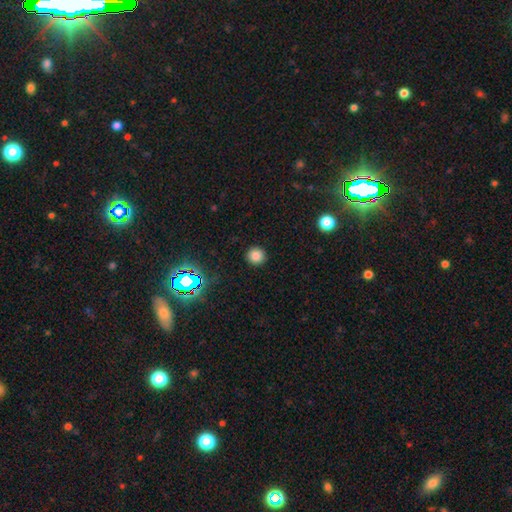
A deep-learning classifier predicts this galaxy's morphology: Overall: smooth (81%). How rounded: round (93%). Merging: none (91%).